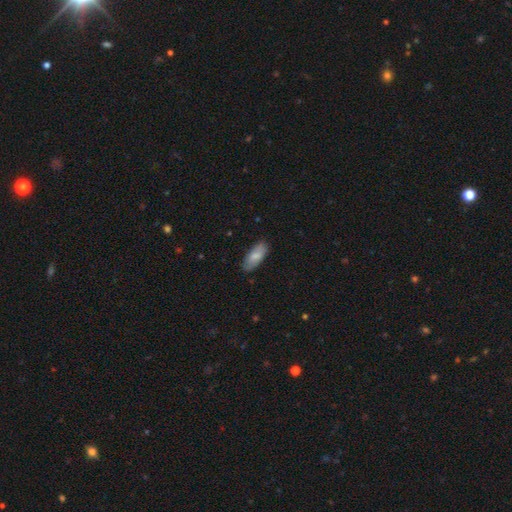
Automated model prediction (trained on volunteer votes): Smooth or featured? smooth (80%)
How rounded? in between (81%)
Merging? none (82%)